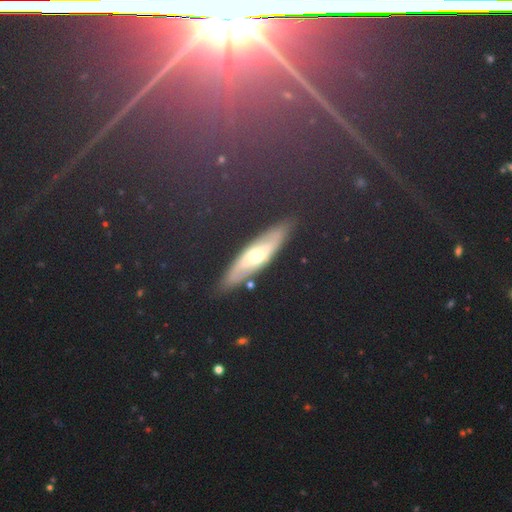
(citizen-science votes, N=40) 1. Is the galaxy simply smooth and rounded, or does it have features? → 50% featured or disk, 45% smooth, 5% star or artifact.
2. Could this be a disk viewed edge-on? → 55% no, 45% yes.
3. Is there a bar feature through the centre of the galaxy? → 82% no, 18% weak, 0% strong.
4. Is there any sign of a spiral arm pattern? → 73% yes, 27% no.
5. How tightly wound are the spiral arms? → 62% medium, 38% tight, 0% loose.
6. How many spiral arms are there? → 88% 2, 12% can't tell, 0% 1, 0% 3, 0% 4, 0% more than 4.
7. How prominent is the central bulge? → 55% moderate, 36% small, 9% large, 0% dominant, 0% none.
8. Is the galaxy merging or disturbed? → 84% none, 11% minor disturbance, 3% major disturbance, 3% merger.